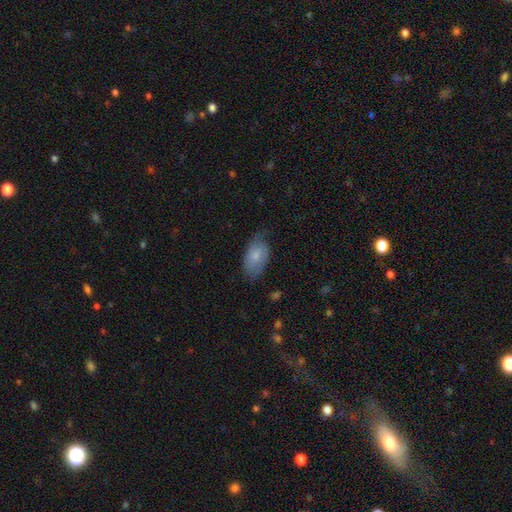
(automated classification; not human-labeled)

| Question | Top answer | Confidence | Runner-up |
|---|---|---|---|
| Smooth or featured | smooth | 72% | featured or disk (22%) |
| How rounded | in between | 93% | round (5%) |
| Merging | none | 58% | minor disturbance (31%) |